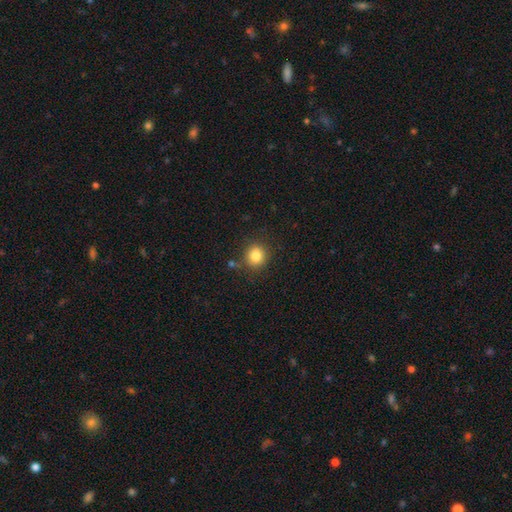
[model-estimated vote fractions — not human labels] Smooth or featured: smooth — 83% (star or artifact — 11%)
How rounded: round — 86% (in between — 13%)
Merging: none — 84% (minor disturbance — 10%)